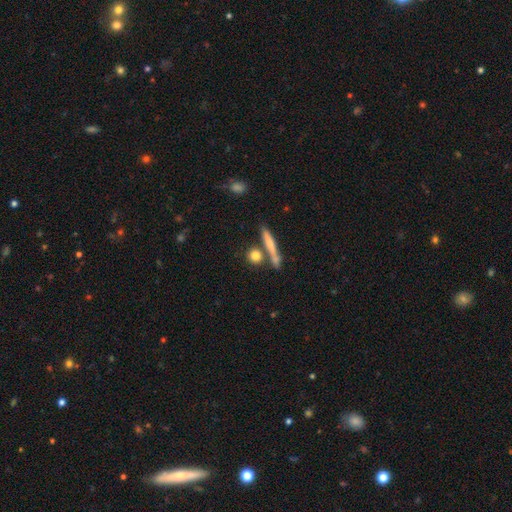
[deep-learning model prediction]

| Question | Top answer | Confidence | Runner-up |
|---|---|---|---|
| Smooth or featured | smooth | 75% | featured or disk (16%) |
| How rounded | round | 62% | cigar-shaped (23%) |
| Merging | none | 70% | merger (16%) |